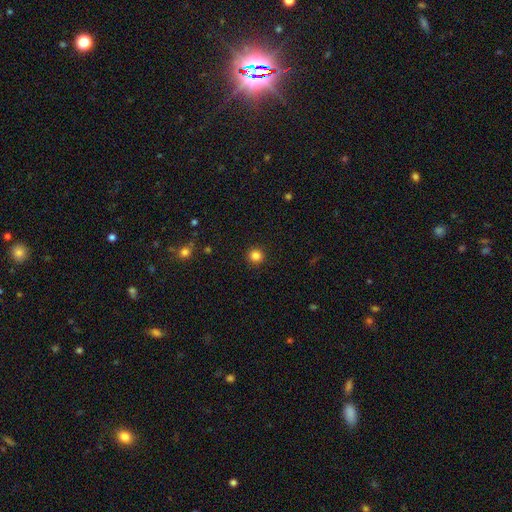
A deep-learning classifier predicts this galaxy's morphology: smooth 84%, star or artifact 12%, featured or disk 4%. Down the decision tree: how rounded — round (95%); merging — none (92%).